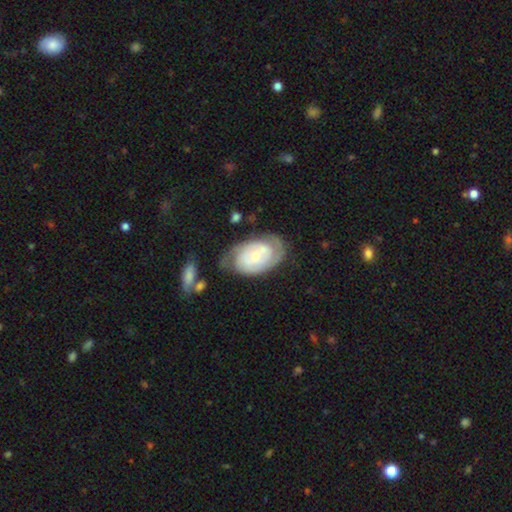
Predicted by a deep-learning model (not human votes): A featured or disk galaxy (72%) with no bar (73%), 2 (40%, tied with can't tell) tight (69%) spiral arms (81%) and a small central bulge (54%).

Vote fractions:
- Smooth or featured? featured or disk: 72% / smooth: 22% / star or artifact: 5%
- Edge-on disk? no: 96% / yes: 4%
- Bar? no: 73% / weak: 22% / strong: 5%
- Spiral arms? yes: 81% / no: 19%
- Spiral winding? tight: 69% / medium: 23% / loose: 8%
- Spiral arm count? 2: 40% (tied) / can't tell: 40% (tied) / 3: 8% / 1: 7% / 4: 3% / more than 4: 2%
- Bulge size? small: 54% / moderate: 41% / large: 2% / none: 1% / dominant: 1%
- Merging? none: 59% / minor disturbance: 24% / major disturbance: 11% / merger: 5%